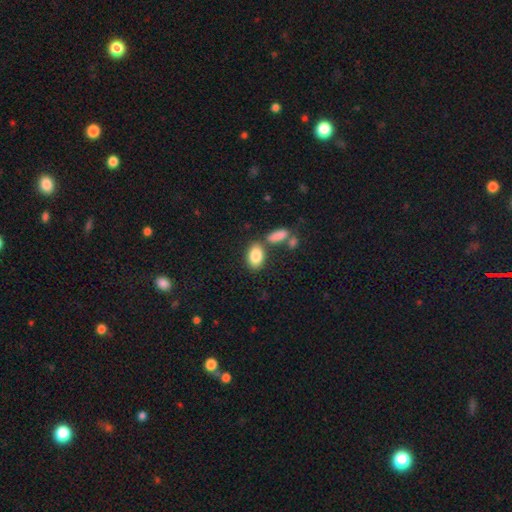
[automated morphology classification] A smooth galaxy with no disk features (85%) that is in between round and cigar-shaped (90%).

Vote fractions:
- Smooth or featured? smooth: 85% / featured or disk: 8% / star or artifact: 7%
- How rounded? in between: 90% / round: 8% / cigar-shaped: 2%
- Merging? none: 68% / merger: 16% / minor disturbance: 12% / major disturbance: 4%